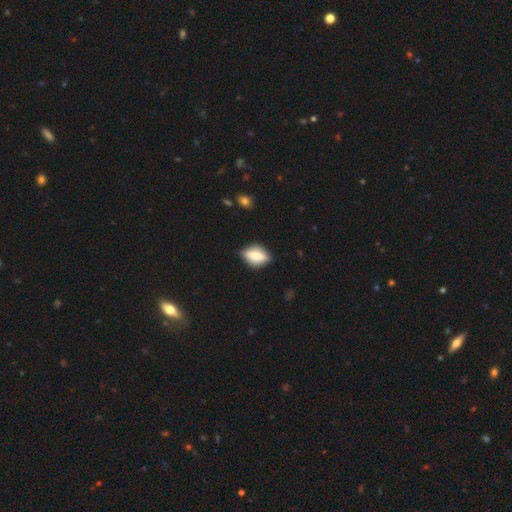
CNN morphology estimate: A smooth galaxy with no disk features (55%) that is in between round and cigar-shaped (71%). Merging: none (76%).